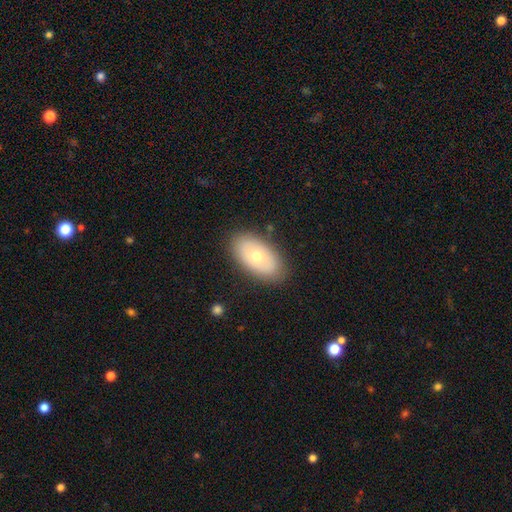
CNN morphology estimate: Smooth or featured: smooth — 59% (featured or disk — 34%)
How rounded: in between — 92% (round — 6%)
Merging: none — 85% (minor disturbance — 11%)